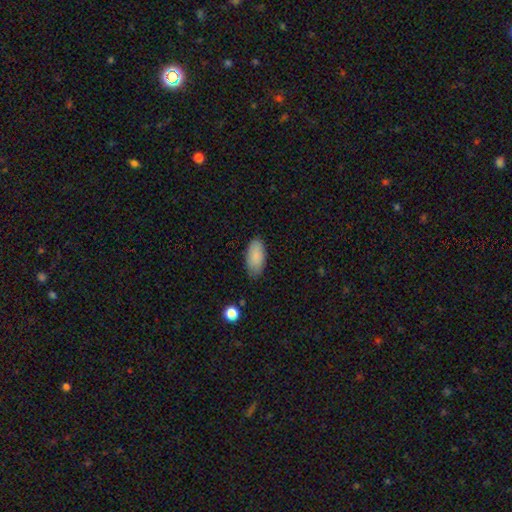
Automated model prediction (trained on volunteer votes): Overall: smooth (86%). How rounded: in between (93%). Merging: none (78%).